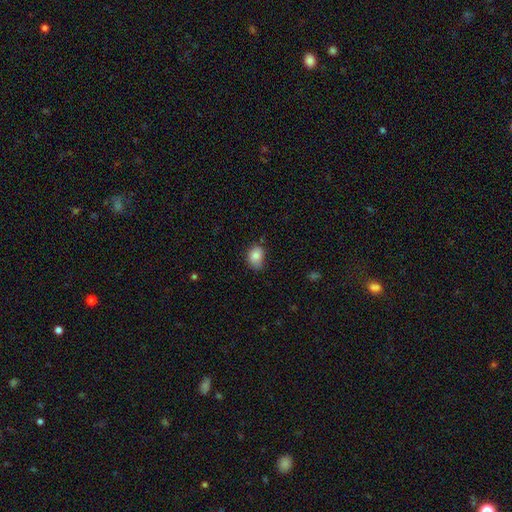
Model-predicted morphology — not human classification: A smooth galaxy with no disk features (84%) that is in between round and cigar-shaped (65%). Merging: none (61%).